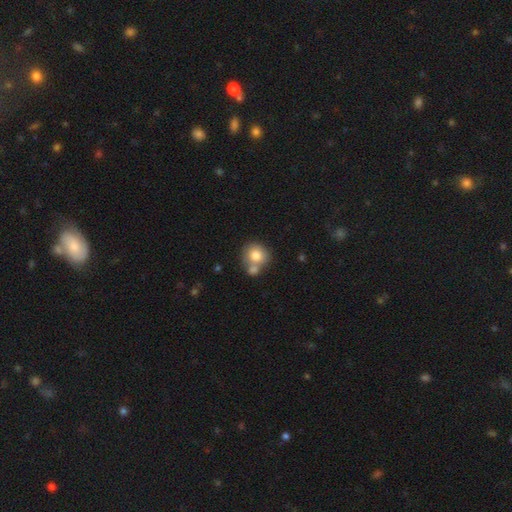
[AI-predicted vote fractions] This appears to be a smooth galaxy with no disk features (78%) that is round (80%). Merging: none (43%).